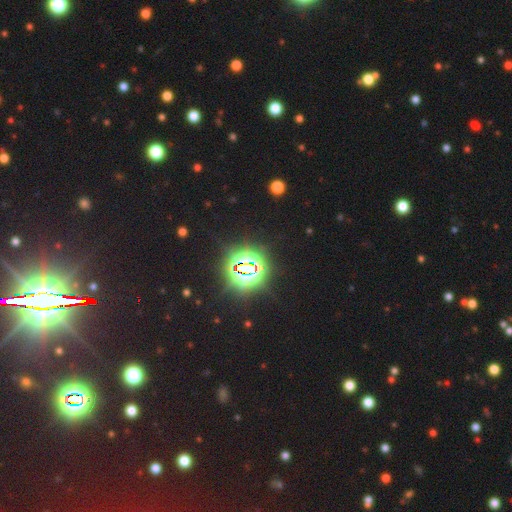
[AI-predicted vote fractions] smooth-or-featured: star or artifact: 80% | smooth: 12% | featured or disk: 8%